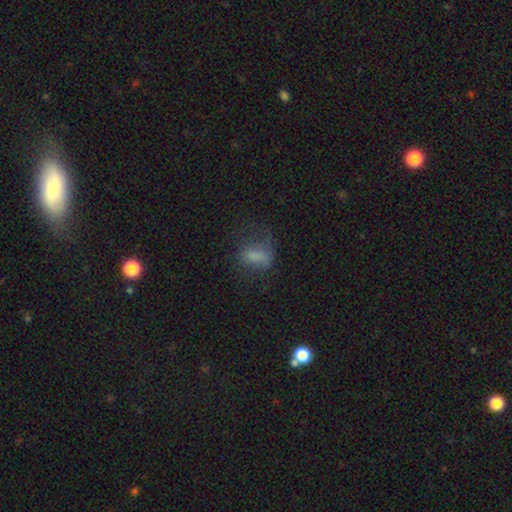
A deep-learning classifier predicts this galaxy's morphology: Smooth or featured? Predicted: smooth (p=0.62). How rounded? Predicted: in between (p=0.73). Merging? Predicted: none (p=0.43).